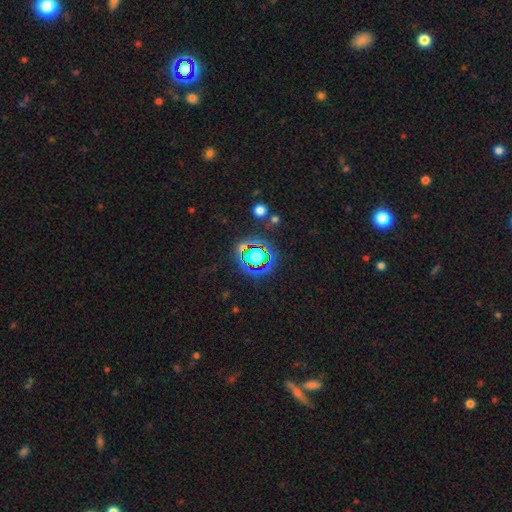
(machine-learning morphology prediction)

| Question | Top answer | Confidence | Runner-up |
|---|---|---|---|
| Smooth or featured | star or artifact | 57% | smooth (30%) |